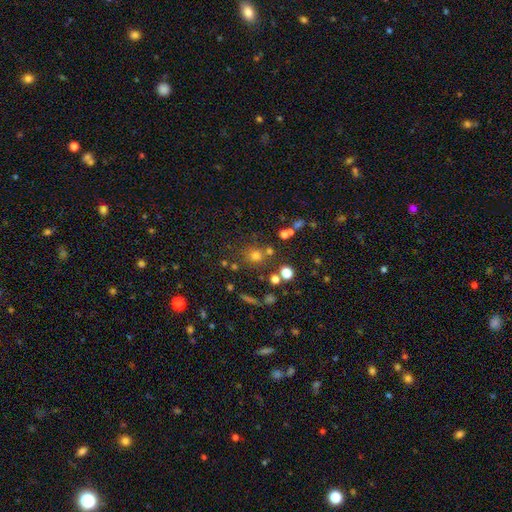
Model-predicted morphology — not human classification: The model was most divided on "smooth or featured": smooth: 67%, star or artifact: 23%, featured or disk: 10%. More confident: how rounded — round (86%); merging — none (72%).